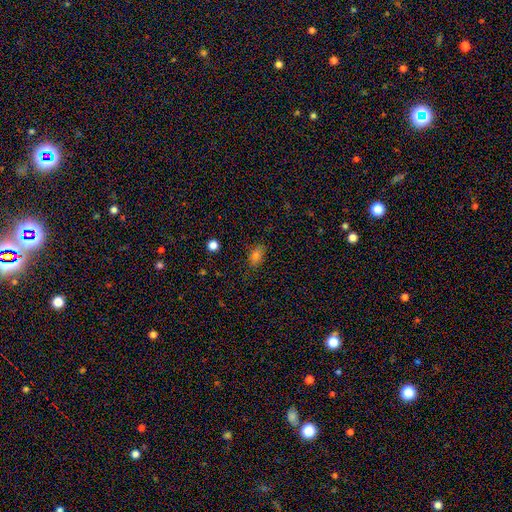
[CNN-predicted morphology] The model was most divided on "merging": none: 78%, minor disturbance: 17%, major disturbance: 4%, merger: 1%. More confident: how rounded — in between (82%); smooth or featured — smooth (77%).